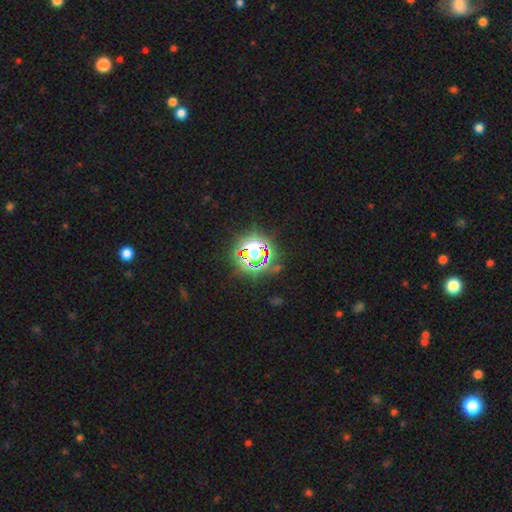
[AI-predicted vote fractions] Morphology: type=star or artifact (68%).